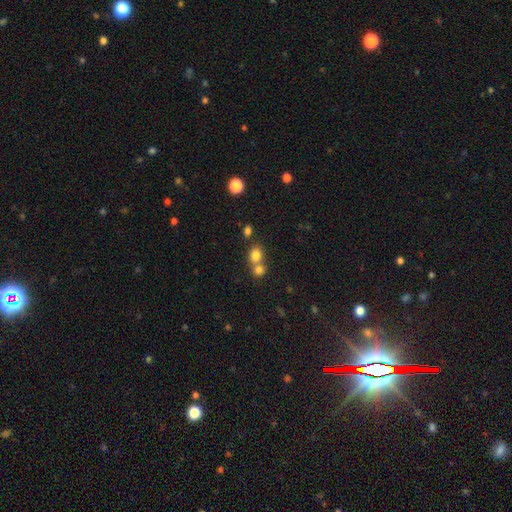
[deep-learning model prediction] Smooth or featured: smooth — 79% (star or artifact — 12%)
How rounded: round — 62% (in between — 37%)
Merging: merger — 51% (none — 40%)